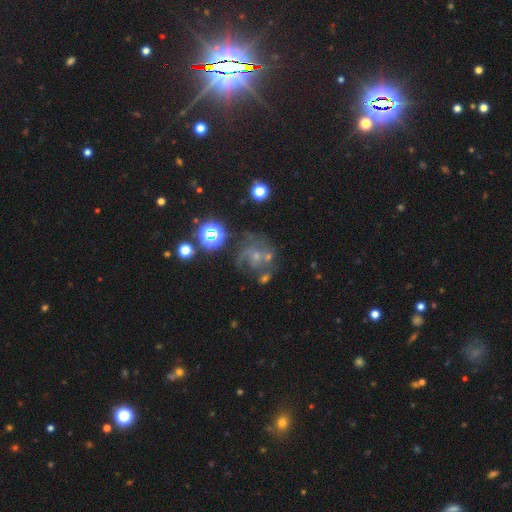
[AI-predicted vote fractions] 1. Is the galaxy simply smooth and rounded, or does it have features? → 62% featured or disk, 22% star or artifact, 17% smooth.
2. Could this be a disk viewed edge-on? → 98% no, 2% yes.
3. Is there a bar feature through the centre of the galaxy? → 67% no, 27% weak, 6% strong.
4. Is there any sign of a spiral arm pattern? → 85% yes, 15% no.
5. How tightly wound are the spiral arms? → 46% medium, 30% tight, 24% loose.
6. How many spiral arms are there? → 29% can't tell (tied), 29% 2 (tied), 20% 3, 11% 1, 6% 4, 5% more than 4.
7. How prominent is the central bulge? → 60% small, 21% moderate, 15% none, 2% large, 1% dominant.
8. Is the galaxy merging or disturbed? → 48% none, 22% major disturbance, 18% minor disturbance, 12% merger.